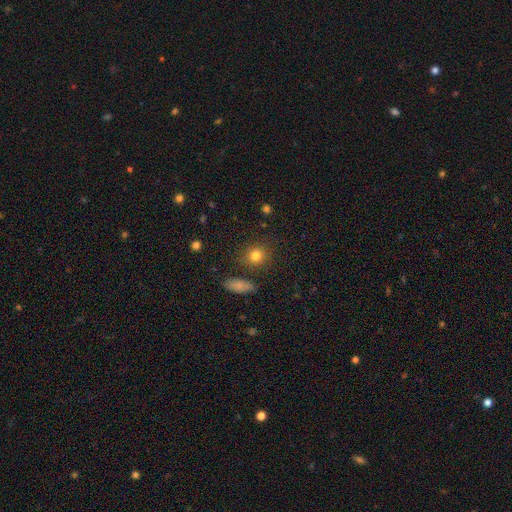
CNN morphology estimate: Overall: smooth (82%). How rounded: round (81%). Merging: none (84%).